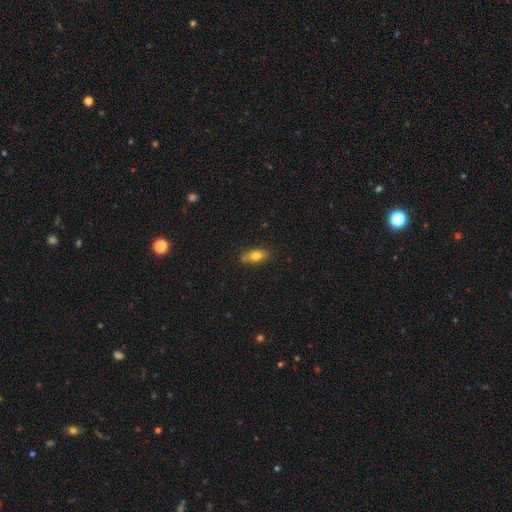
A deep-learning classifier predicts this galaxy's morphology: A smooth galaxy with no disk features (77%) that is in between round and cigar-shaped (82%).

Vote fractions:
- Smooth or featured? smooth: 77% / featured or disk: 14% / star or artifact: 9%
- How rounded? in between: 82% / cigar-shaped: 11% / round: 7%
- Merging? none: 76% / minor disturbance: 18% / merger: 3% / major disturbance: 3%